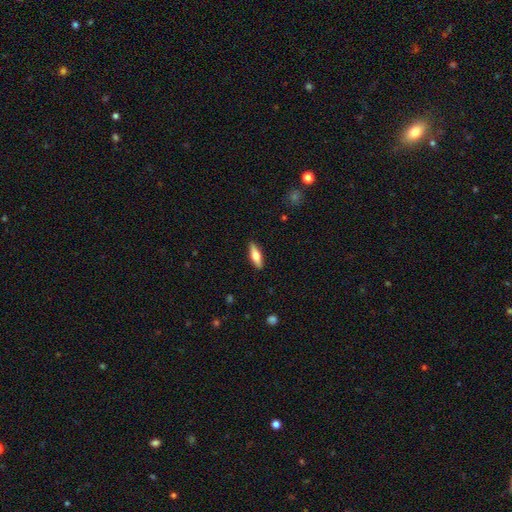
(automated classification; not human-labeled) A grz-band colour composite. It shows a smooth galaxy with no disk features (58%) that is cigar-shaped (50%). Merging: none (89%).